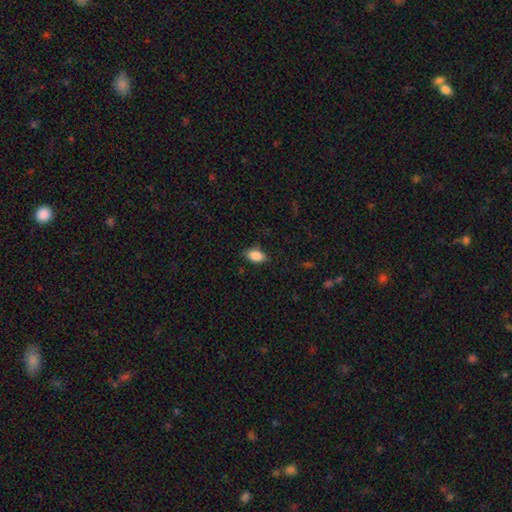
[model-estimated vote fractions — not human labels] smooth 87%, star or artifact 8%, featured or disk 5%. Down the decision tree: how rounded — in between (90%); merging — none (83%).